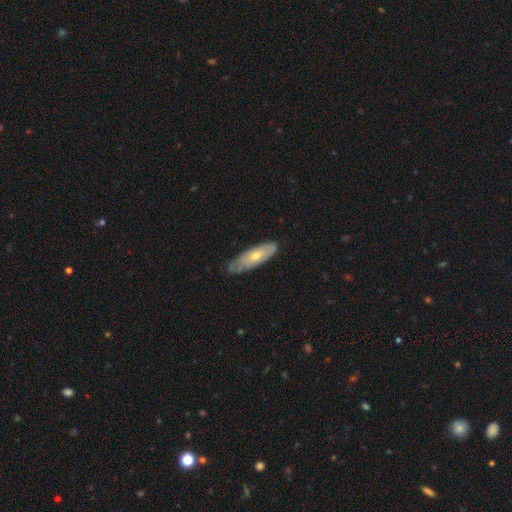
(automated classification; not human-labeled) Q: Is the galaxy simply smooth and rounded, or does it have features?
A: smooth — 54%.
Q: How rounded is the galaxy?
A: in between — 50%.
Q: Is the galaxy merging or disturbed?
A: none — 65%.